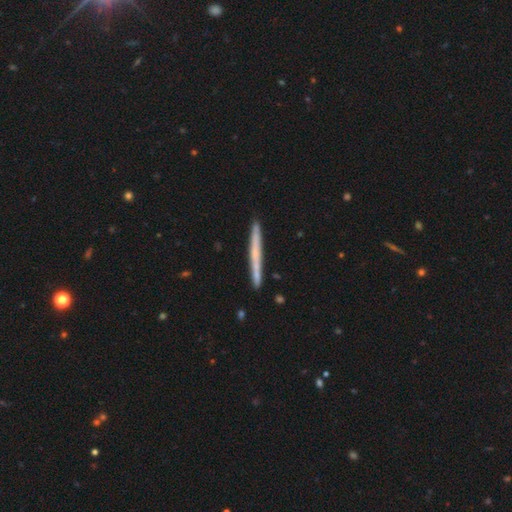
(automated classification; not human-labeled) smooth_or_featured: smooth (p=0.47) [alt: featured or disk p=0.46]
merging: none (p=0.90) [alt: minor disturbance p=0.07]